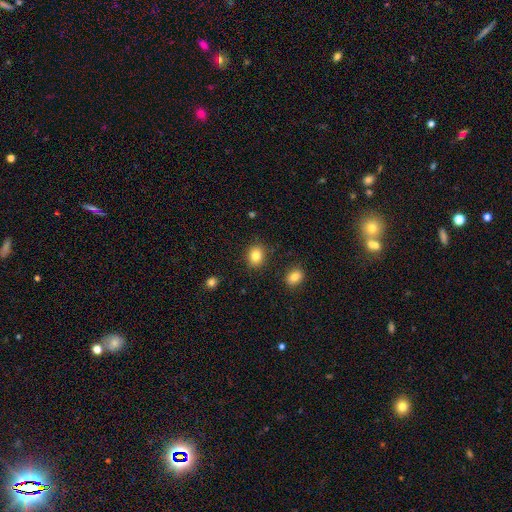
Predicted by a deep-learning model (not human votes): A smooth galaxy with no disk features (84%) that is round (54%). Merging: none (87%).